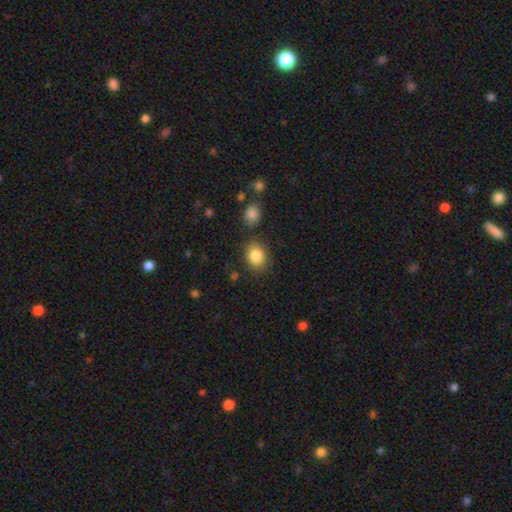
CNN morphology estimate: smooth 85%, star or artifact 9%, featured or disk 6%. Down the decision tree: how rounded — round (51%); merging — none (81%).